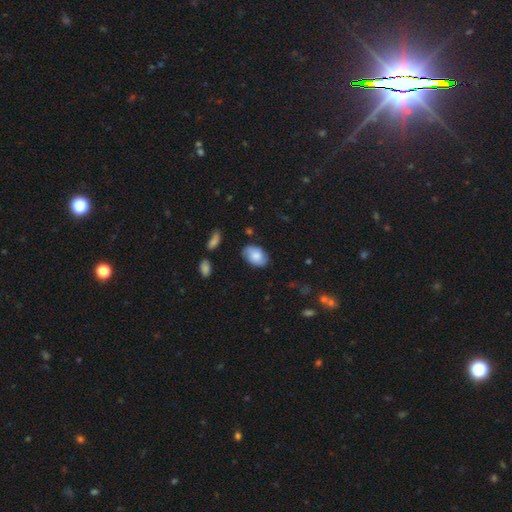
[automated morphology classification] Smooth or featured? Predicted: smooth (p=0.74). How rounded? Predicted: in between (p=0.87). Merging? Predicted: none (p=0.75).